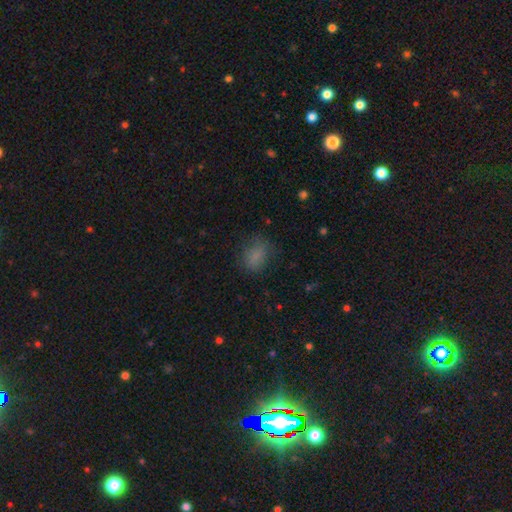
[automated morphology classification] type=smooth (80%); roundness=in between (72%); merging=none (70%).